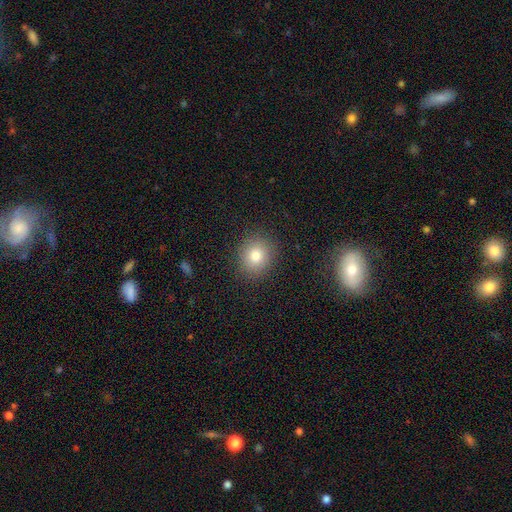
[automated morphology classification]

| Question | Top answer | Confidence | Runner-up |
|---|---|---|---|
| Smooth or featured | smooth | 79% | star or artifact (12%) |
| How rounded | round | 80% | in between (19%) |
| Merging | none | 88% | minor disturbance (8%) |